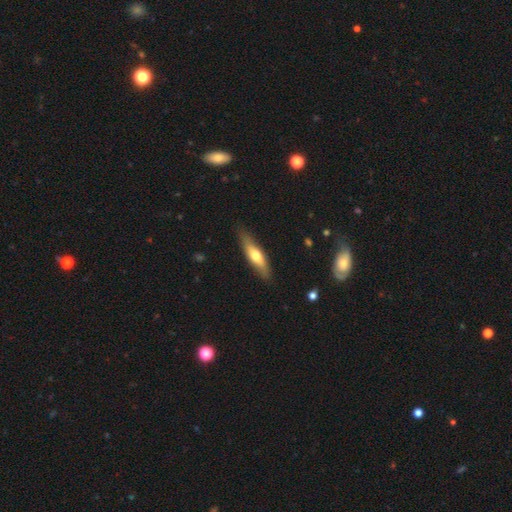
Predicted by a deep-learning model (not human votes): Q: Smooth or featured?
A: smooth (54%); runner-up: featured or disk (41%)
Q: How rounded?
A: cigar-shaped (67%); runner-up: in between (31%)
Q: Merging?
A: none (83%); runner-up: minor disturbance (13%)